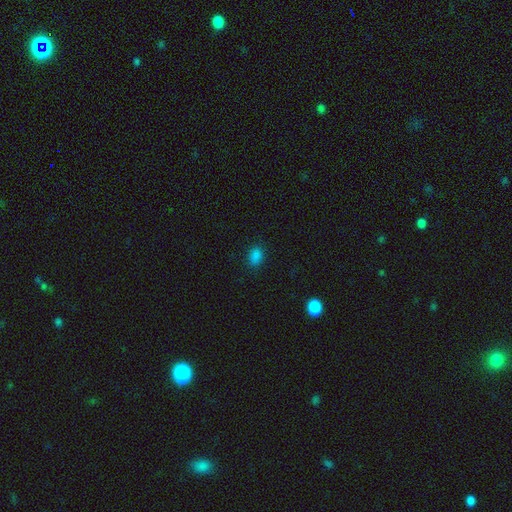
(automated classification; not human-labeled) This appears to be a smooth galaxy with no disk features (84%) that is in between round and cigar-shaped (83%). Merging: none (85%).